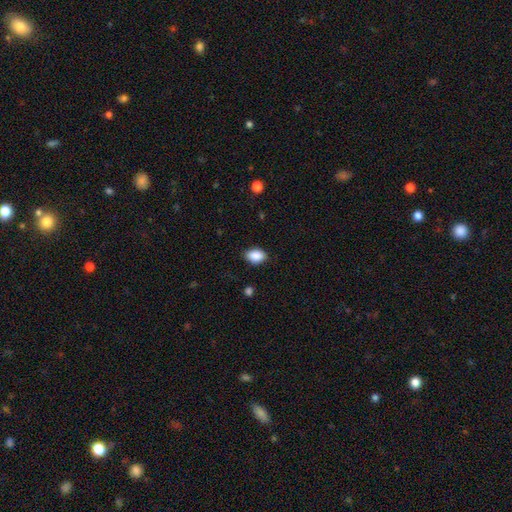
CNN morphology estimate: type=smooth (88%); roundness=in between (85%); merging=none (85%).